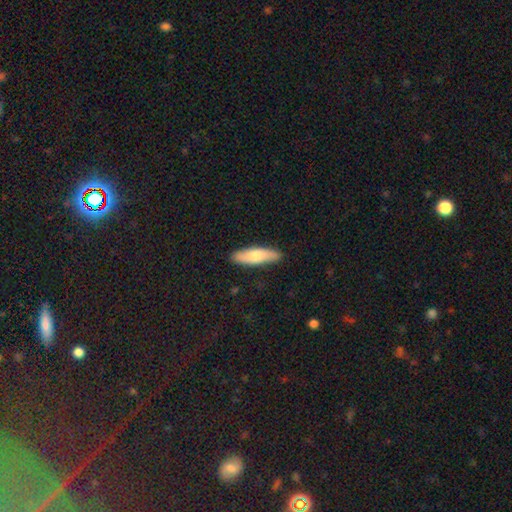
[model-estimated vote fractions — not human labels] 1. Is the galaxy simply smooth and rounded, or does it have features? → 72% smooth, 23% featured or disk, 5% star or artifact.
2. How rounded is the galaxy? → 57% cigar-shaped, 41% in between, 2% round.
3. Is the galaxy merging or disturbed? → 89% none, 8% minor disturbance, 2% major disturbance, 1% merger.